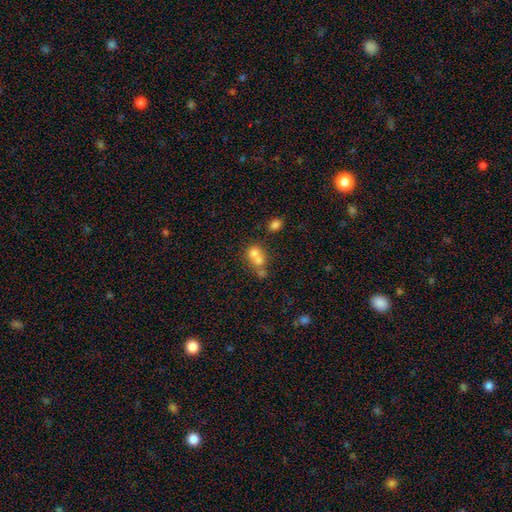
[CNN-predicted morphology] A smooth galaxy with no disk features (67%) that is round (70%). Merging: merger (62%).